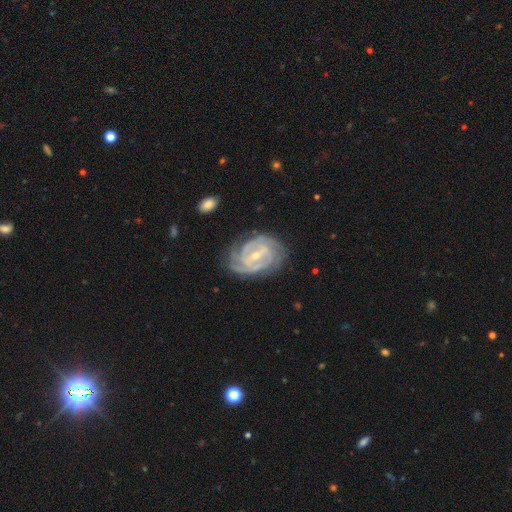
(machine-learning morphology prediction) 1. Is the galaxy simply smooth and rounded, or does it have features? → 89% featured or disk, 6% smooth, 5% star or artifact.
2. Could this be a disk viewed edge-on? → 97% no, 3% yes.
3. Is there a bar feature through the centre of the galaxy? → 47% weak, 37% strong, 17% no.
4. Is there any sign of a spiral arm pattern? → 97% yes, 3% no.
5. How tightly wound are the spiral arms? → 74% tight, 23% medium, 4% loose.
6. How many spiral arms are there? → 29% 2, 27% 3, 20% can't tell, 14% 4, 5% more than 4, 5% 1.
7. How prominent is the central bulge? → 62% small, 35% moderate, 1% none, 1% large, 1% dominant.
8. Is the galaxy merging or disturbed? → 74% none, 19% minor disturbance, 6% major disturbance, 2% merger.